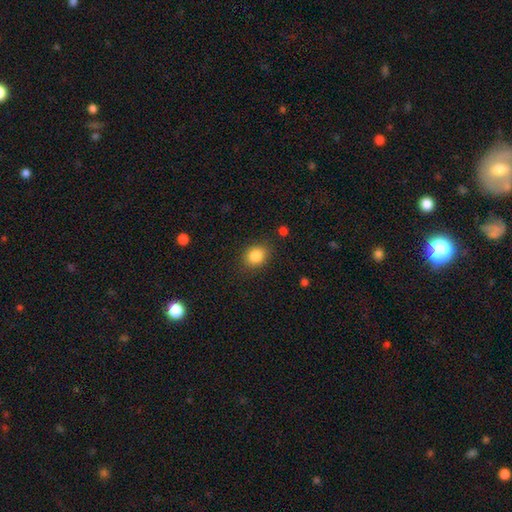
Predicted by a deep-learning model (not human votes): A smooth galaxy with no disk features (84%) that is round (58%). Merging: none (85%).